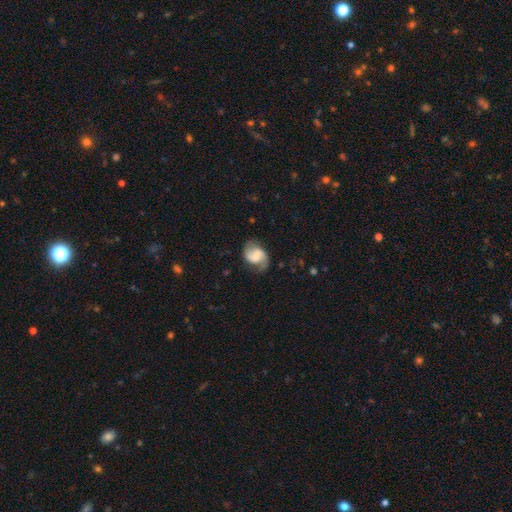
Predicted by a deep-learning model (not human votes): Smooth or featured? featured or disk (71%)
Edge-on disk? no (98%)
Bar? weak (46%)
Spiral arms? yes (94%)
Spiral winding? medium (44%)
Spiral arm count? 2 (88%)
Bulge size? none (38%)
Merging? none (69%)